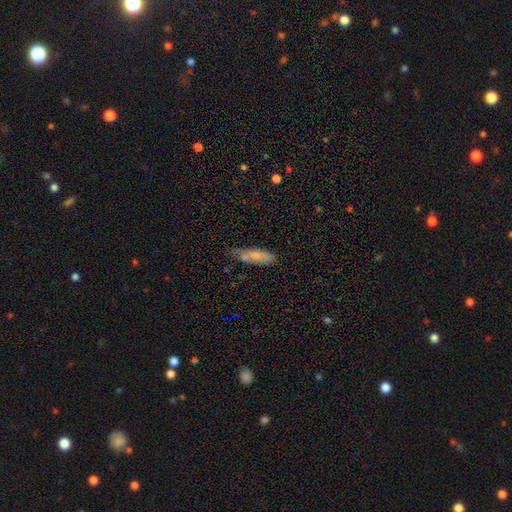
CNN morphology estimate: Overall: smooth (73%). How rounded: cigar-shaped (54%; in between 44%). Merging: none (52%; minor disturbance 30%).